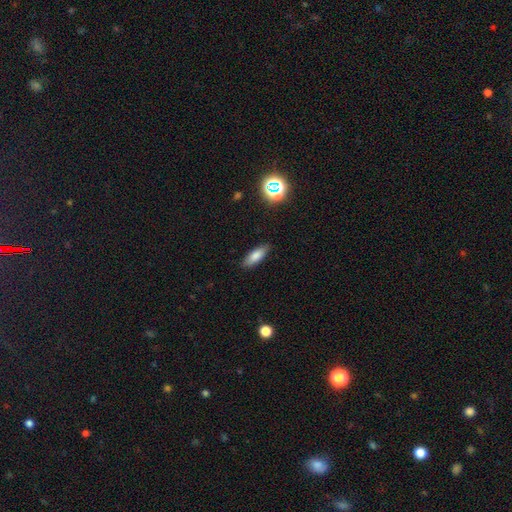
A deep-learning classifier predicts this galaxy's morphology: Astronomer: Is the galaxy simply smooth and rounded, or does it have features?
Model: smooth — 79%.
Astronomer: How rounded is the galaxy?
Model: in between — 66%.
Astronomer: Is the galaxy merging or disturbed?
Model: none — 86%.